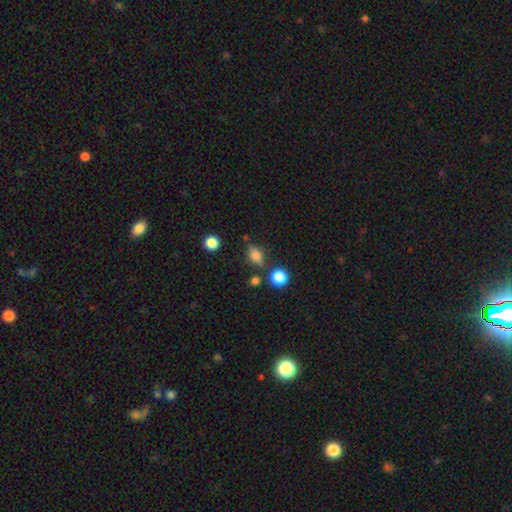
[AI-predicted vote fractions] Q: Smooth or featured?
A: smooth (73%); runner-up: featured or disk (15%)
Q: How rounded?
A: in between (67%); runner-up: round (27%)
Q: Merging?
A: none (73%); runner-up: minor disturbance (16%)